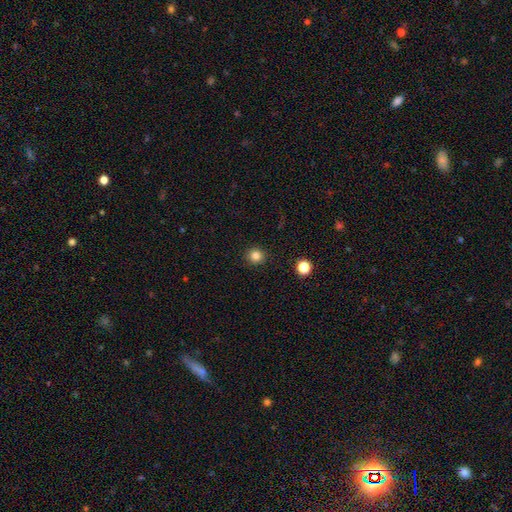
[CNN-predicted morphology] Smooth or featured? smooth (83%)
How rounded? round (93%)
Merging? none (92%)